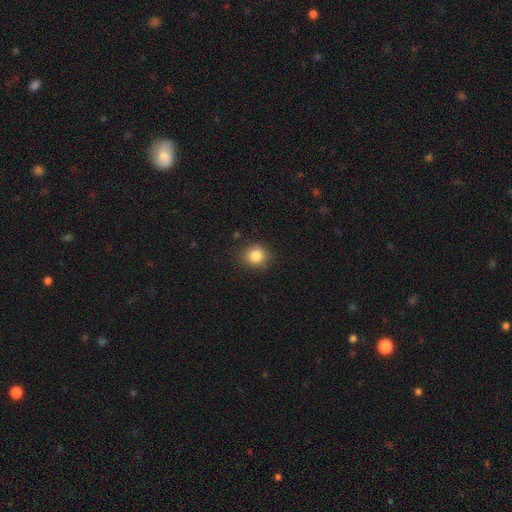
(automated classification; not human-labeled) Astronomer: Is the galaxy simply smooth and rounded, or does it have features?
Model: smooth — 84%.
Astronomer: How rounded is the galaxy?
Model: round — 82%.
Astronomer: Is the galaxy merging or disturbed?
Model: none — 86%.